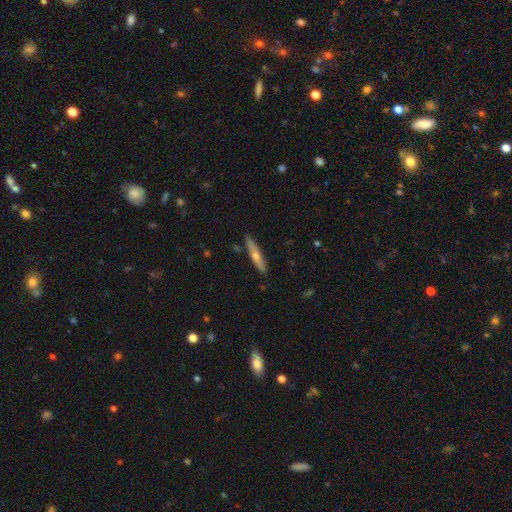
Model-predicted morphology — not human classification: smooth-or-featured: featured or disk: 56% | smooth: 36% | star or artifact: 8%
  disk-edge-on: yes: 90% | no: 10%
    edge-on-bulge: rounded: 87% | none: 11% | boxy: 3%
  merging: none: 87% | minor disturbance: 10% | major disturbance: 2% | merger: 2%